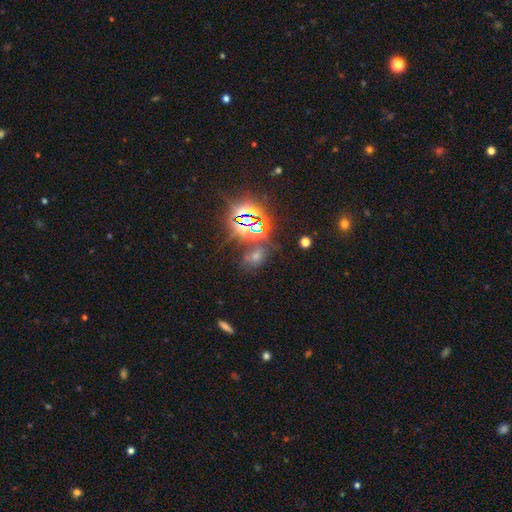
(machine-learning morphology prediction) The model was most divided on "smooth or featured": star or artifact: 67%, smooth: 22%, featured or disk: 11%.